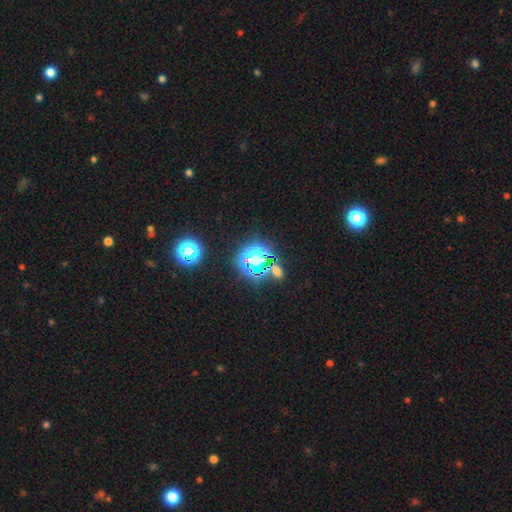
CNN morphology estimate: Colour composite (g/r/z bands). It shows a star or artifact, not a galaxy (65%).